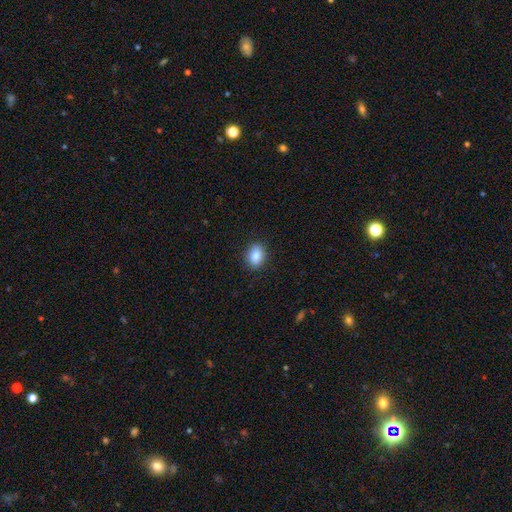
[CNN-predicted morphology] Smooth or featured? Predicted: smooth (p=0.85). How rounded? Predicted: in between (p=0.66). Merging? Predicted: none (p=0.89).